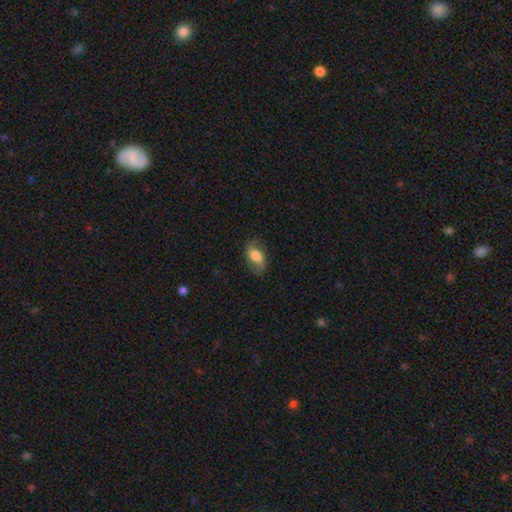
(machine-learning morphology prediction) This is possibly a smooth galaxy (49%). Merging: likely none (72%).